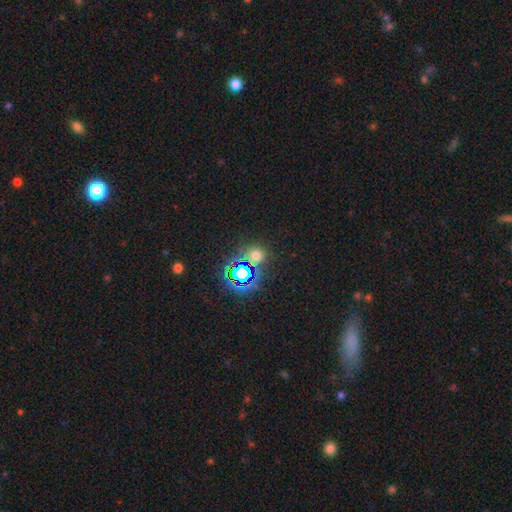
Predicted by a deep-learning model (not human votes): Smooth or featured: smooth — 51% (star or artifact — 42%)
How rounded: round — 83% (in between — 16%)
Merging: none — 78% (merger — 9%)